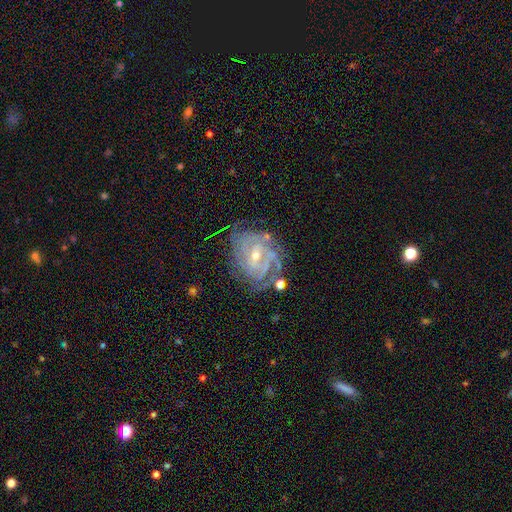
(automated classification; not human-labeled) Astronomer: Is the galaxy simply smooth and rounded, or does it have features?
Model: featured or disk — 86%.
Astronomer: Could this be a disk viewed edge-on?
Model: no — 97%.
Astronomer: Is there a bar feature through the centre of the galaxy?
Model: weak — 48% (runner-up: no, 32%).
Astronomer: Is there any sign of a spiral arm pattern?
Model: yes — 95%.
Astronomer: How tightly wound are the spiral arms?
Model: tight — 72%.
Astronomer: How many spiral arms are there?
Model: can't tell — 33% (runner-up: 3, 19%).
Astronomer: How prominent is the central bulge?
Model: small — 60% (runner-up: moderate, 37%).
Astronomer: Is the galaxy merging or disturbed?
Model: none — 67%.